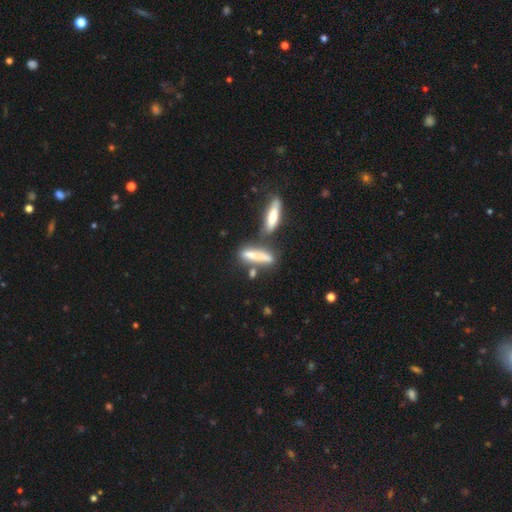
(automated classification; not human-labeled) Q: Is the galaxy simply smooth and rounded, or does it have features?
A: smooth — 58%.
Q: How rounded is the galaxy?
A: cigar-shaped — 74%.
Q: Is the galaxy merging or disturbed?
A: none — 42%.